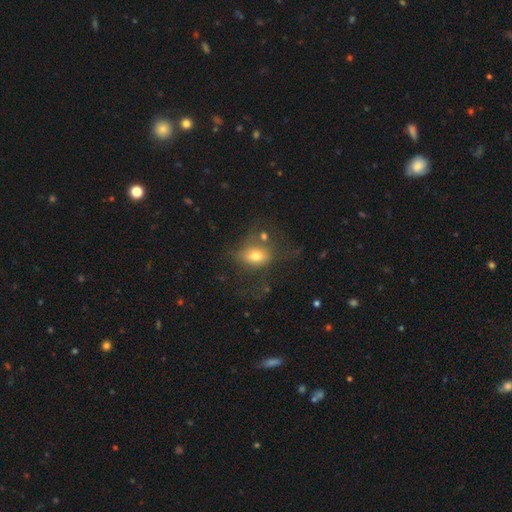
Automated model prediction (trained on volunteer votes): smooth 65%, featured or disk 22%, star or artifact 13%. Down the decision tree: how rounded — in between (61%); merging — none (40%).